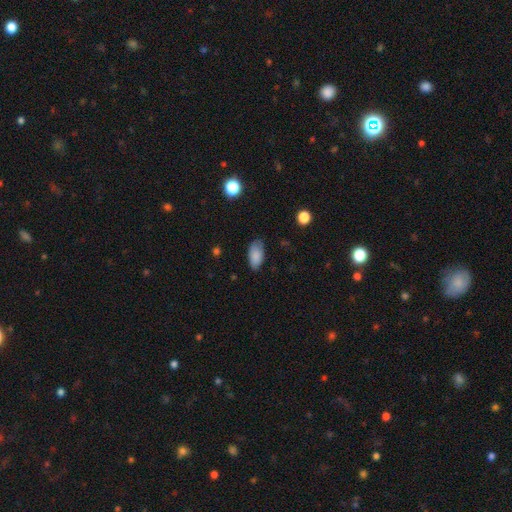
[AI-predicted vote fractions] A smooth galaxy with no disk features (86%) that is in between round and cigar-shaped (93%).

Vote fractions:
- Smooth or featured? smooth: 86% / star or artifact: 8% / featured or disk: 6%
- How rounded? in between: 93% / cigar-shaped: 4% / round: 3%
- Merging? none: 74% / minor disturbance: 21% / major disturbance: 4% / merger: 1%